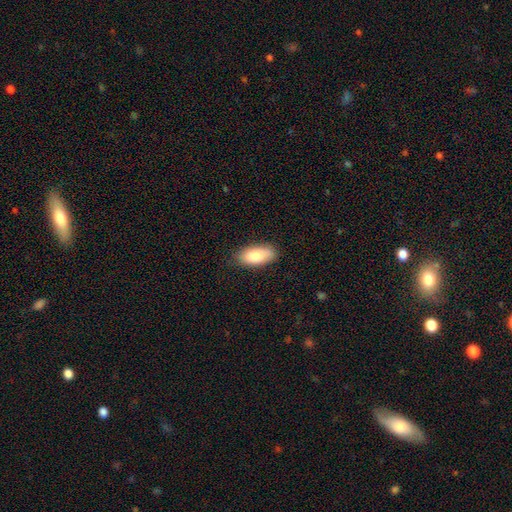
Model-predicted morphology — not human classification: A smooth galaxy with no disk features (84%) that is in between round and cigar-shaped (89%).

Vote fractions:
- Smooth or featured? smooth: 84% / featured or disk: 10% / star or artifact: 6%
- How rounded? in between: 89% / cigar-shaped: 9% / round: 2%
- Merging? none: 83% / minor disturbance: 13% / major disturbance: 3% / merger: 1%